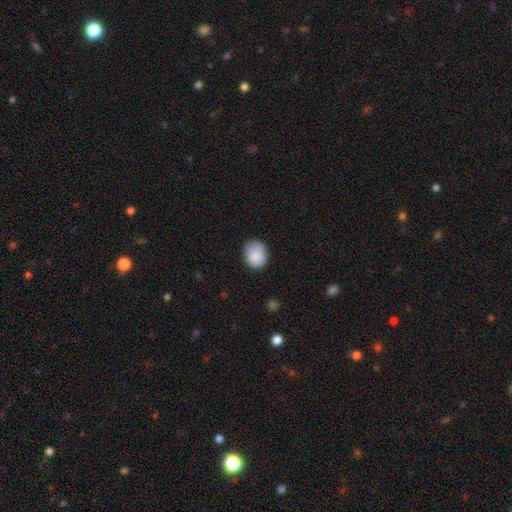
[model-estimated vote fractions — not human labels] This is clearly a smooth galaxy (85%). How rounded: possibly round (50%). Merging: likely none (66%).